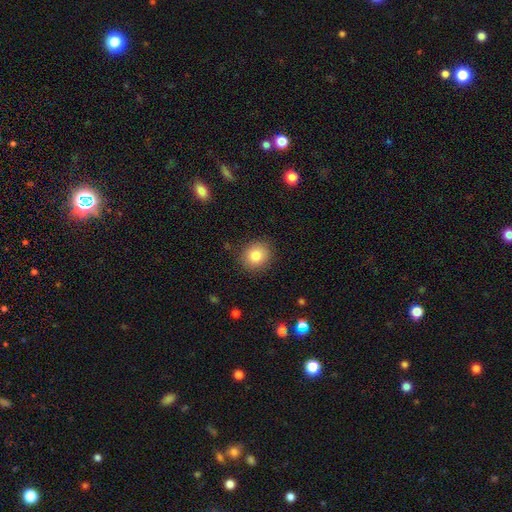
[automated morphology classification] Smooth or featured? smooth (83%)
How rounded? round (76%)
Merging? none (88%)